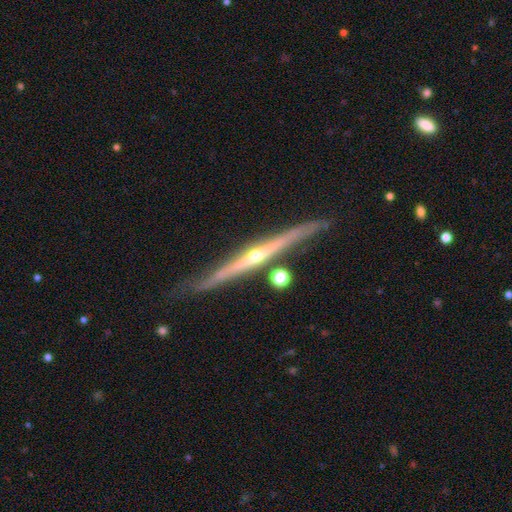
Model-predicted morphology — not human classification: This appears to be a featured or disk galaxy (83%) viewed edge-on (97%) with a rounded central bulge (80%). Merging: none (81%).